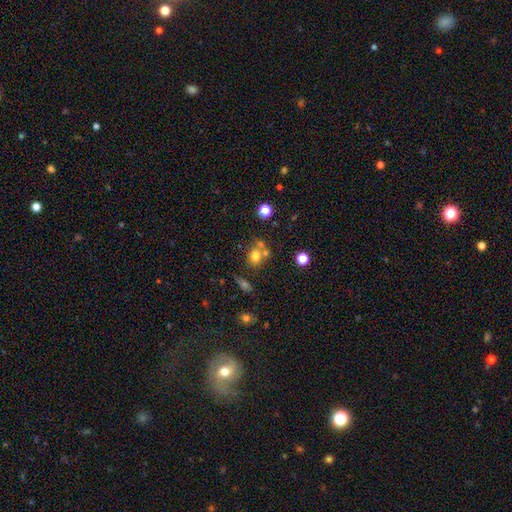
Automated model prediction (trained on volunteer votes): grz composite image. It shows a smooth galaxy with no disk features (71%) that is round (74%). Merging: none (51%).